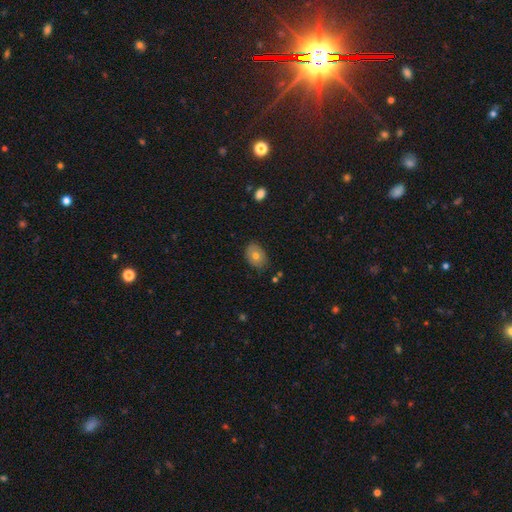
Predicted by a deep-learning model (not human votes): Smooth or featured? smooth (73%)
How rounded? in between (78%)
Merging? none (78%)